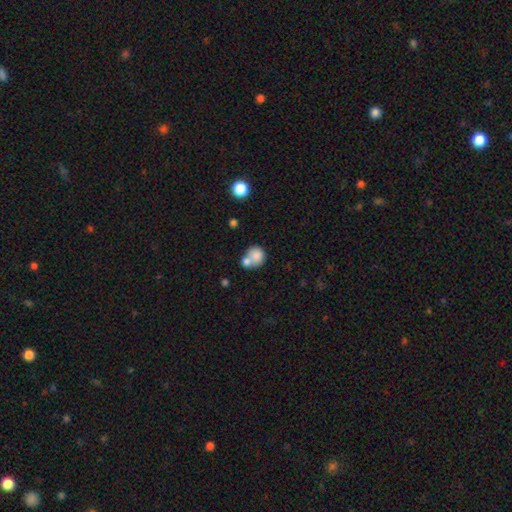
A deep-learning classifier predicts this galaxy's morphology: Smooth or featured?
  - smooth: 79% *
  - featured or disk: 13%
  - star or artifact: 9%
How rounded?
  - round: 77% *
  - in between: 22%
  - cigar-shaped: 1%
Merging?
  - merger: 51% *
  - none: 35%
  - minor disturbance: 9%
  - major disturbance: 4%